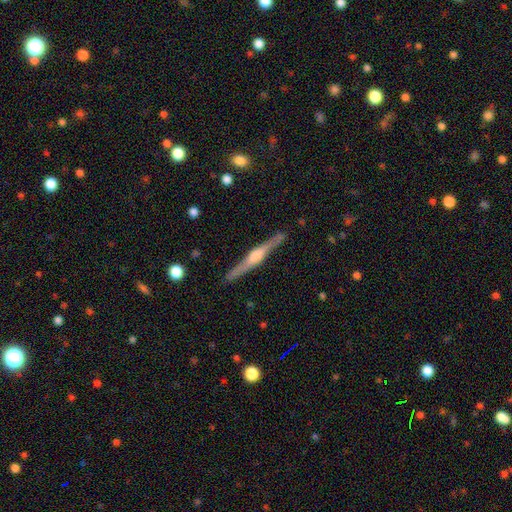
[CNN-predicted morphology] A featured or disk galaxy (81%) viewed edge-on (98%) with a rounded central bulge (79%). Merging: none (89%).